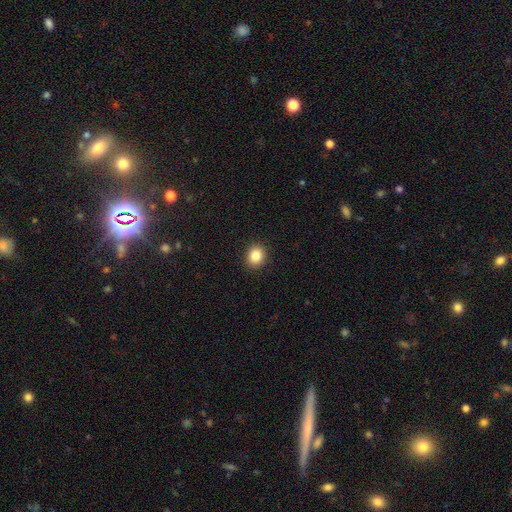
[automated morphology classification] Q: Smooth or featured?
A: smooth (85%); runner-up: star or artifact (10%)
Q: How rounded?
A: round (74%); runner-up: in between (26%)
Q: Merging?
A: none (91%); runner-up: minor disturbance (6%)